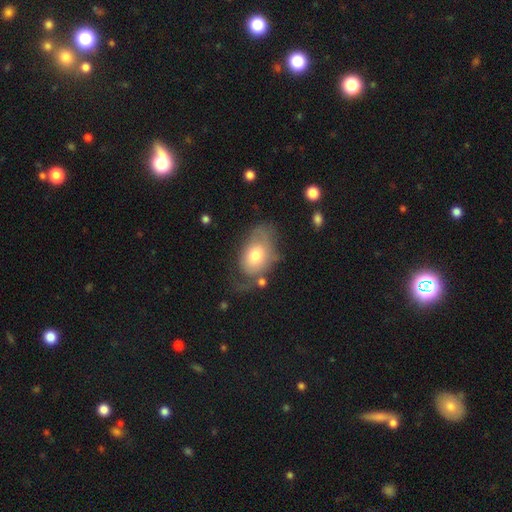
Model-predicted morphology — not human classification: Smooth or featured? Predicted: smooth (p=0.62). How rounded? Predicted: in between (p=0.81). Merging? Predicted: none (p=0.34).